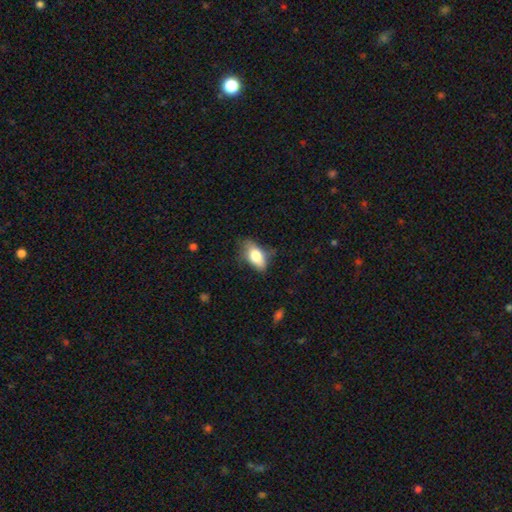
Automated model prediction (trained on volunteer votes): Smooth or featured: smooth — 75% (featured or disk — 18%)
How rounded: in between — 88% (round — 6%)
Merging: none — 56% (minor disturbance — 30%)